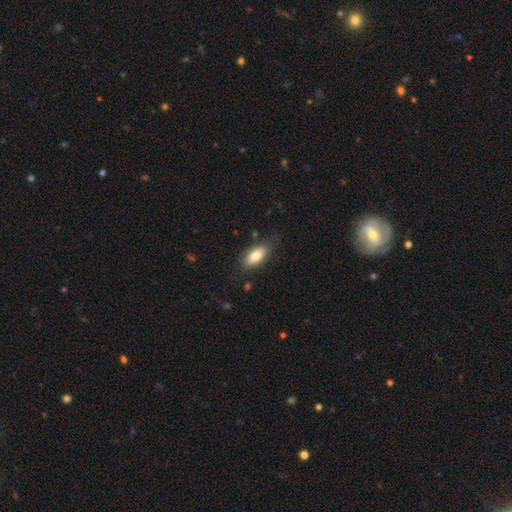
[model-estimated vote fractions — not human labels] Smooth or featured? smooth (79%)
How rounded? in between (82%)
Merging? none (74%)